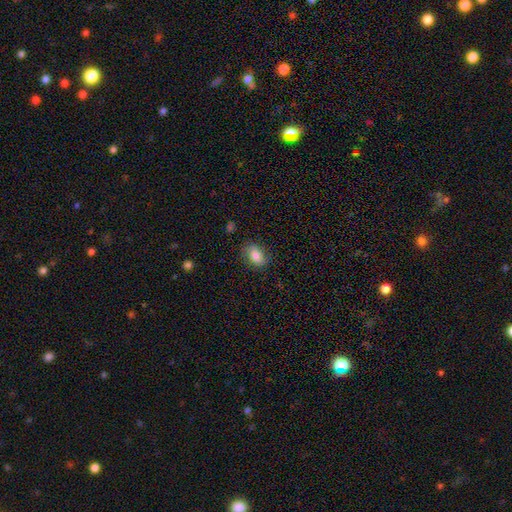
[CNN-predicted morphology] The model was most divided on "smooth or featured": smooth: 76%, featured or disk: 16%, star or artifact: 8%. More confident: how rounded — in between (83%); merging — none (78%).